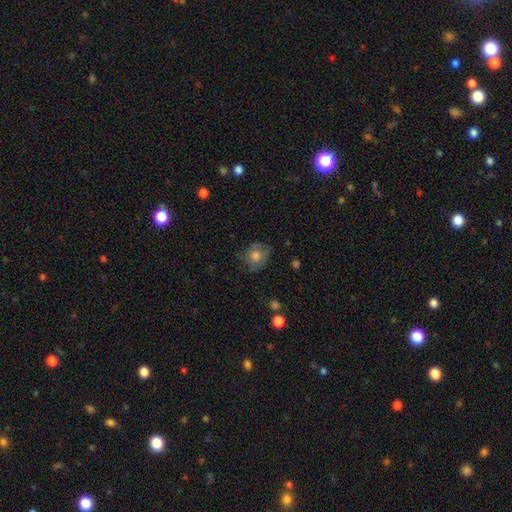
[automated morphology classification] type=smooth (66%); roundness=round (70%); merging=none (67%).